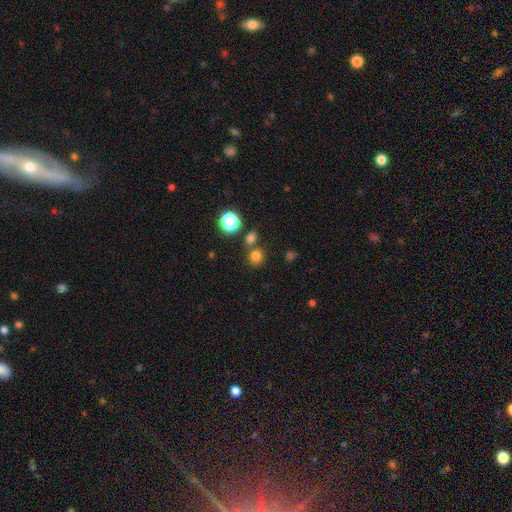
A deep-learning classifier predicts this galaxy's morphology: Smooth or featured: smooth — 76% (star or artifact — 19%)
How rounded: round — 82% (in between — 17%)
Merging: none — 70% (merger — 19%)